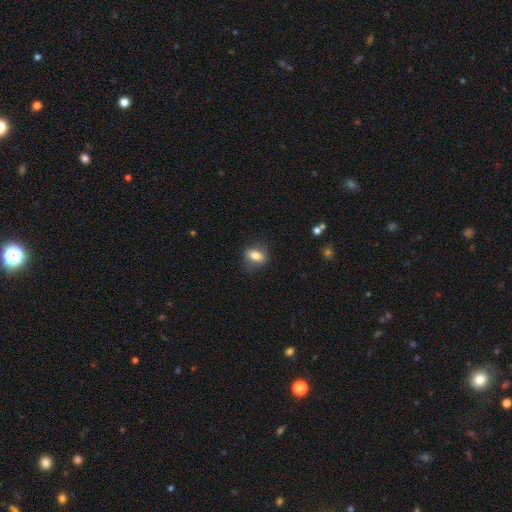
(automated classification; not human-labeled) The model was most divided on "how rounded": in between: 69%, round: 26%, cigar-shaped: 5%. More confident: merging — none (79%); smooth or featured — smooth (74%).